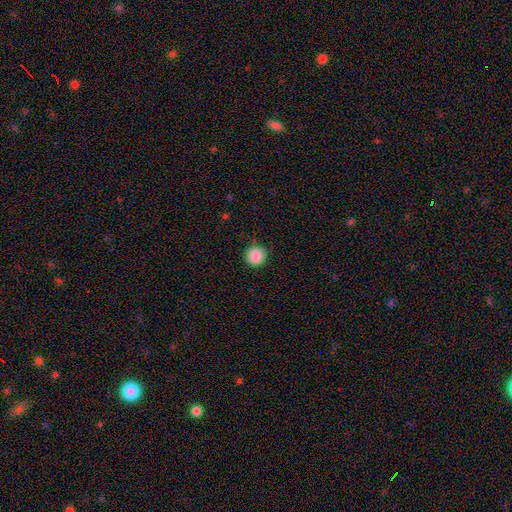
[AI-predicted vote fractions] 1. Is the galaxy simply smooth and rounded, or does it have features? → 88% smooth, 9% star or artifact, 3% featured or disk.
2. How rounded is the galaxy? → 91% round, 8% in between, 1% cigar-shaped.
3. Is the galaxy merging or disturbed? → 86% none, 10% minor disturbance, 2% major disturbance, 1% merger.